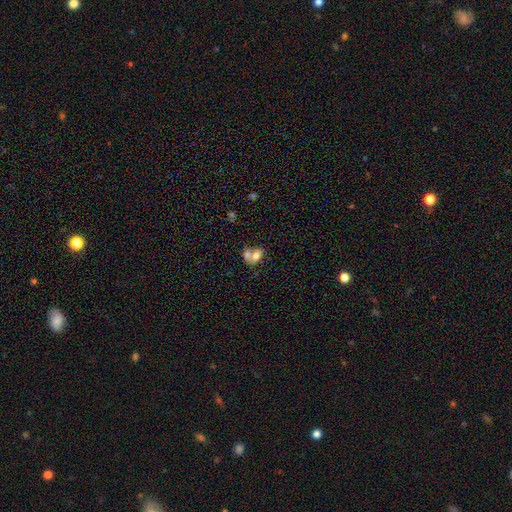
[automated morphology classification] A smooth galaxy with no disk features (67%) that is in between round and cigar-shaped (76%). Merging: merger (65%).